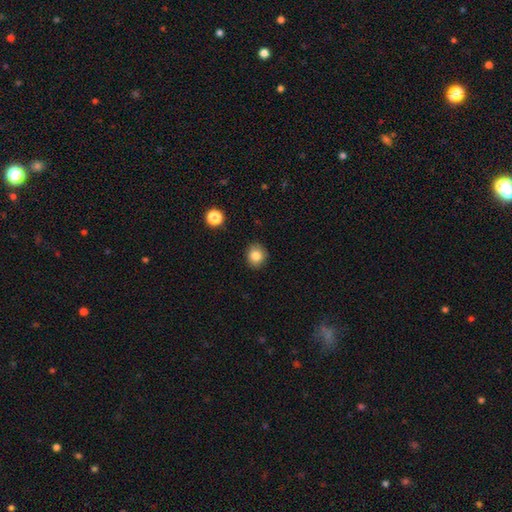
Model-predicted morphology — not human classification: Smooth or featured: smooth — 84% (star or artifact — 10%)
How rounded: round — 76% (in between — 23%)
Merging: none — 89% (minor disturbance — 8%)